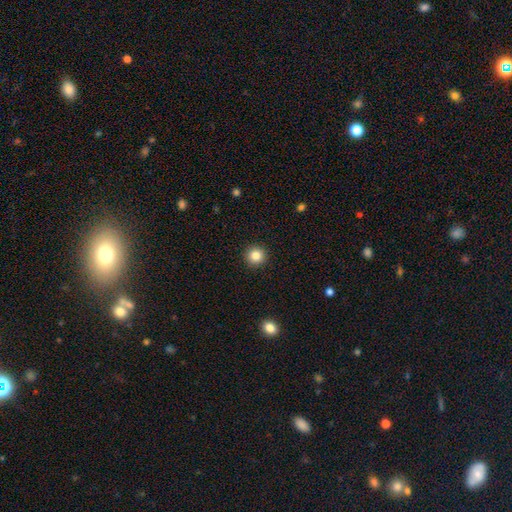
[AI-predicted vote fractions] The model was most divided on "smooth or featured": smooth: 84%, star or artifact: 11%, featured or disk: 5%. More confident: how rounded — round (95%); merging — none (93%).